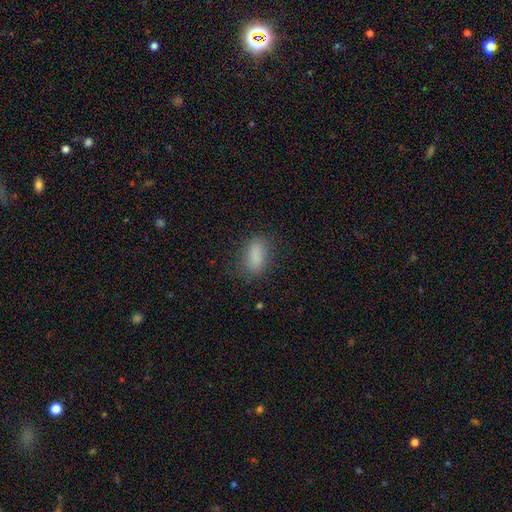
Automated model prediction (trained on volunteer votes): smooth_or_featured: smooth (p=0.84) [alt: star or artifact p=0.09]
how_rounded: in between (p=0.83) [alt: cigar-shaped p=0.12]
merging: none (p=0.78) [alt: minor disturbance p=0.15]